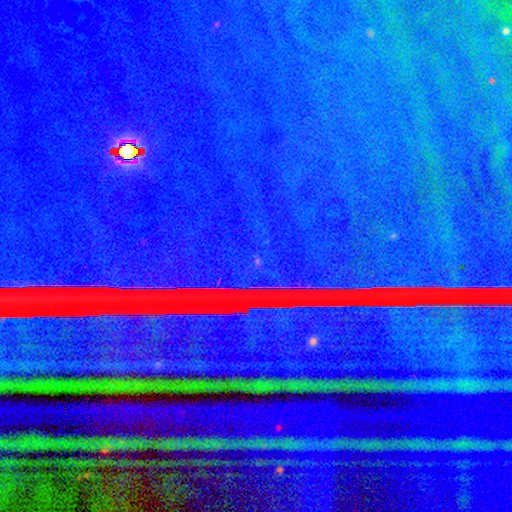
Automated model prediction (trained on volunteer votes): Smooth or featured?
  - star or artifact: 87% *
  - featured or disk: 8%
  - smooth: 5%